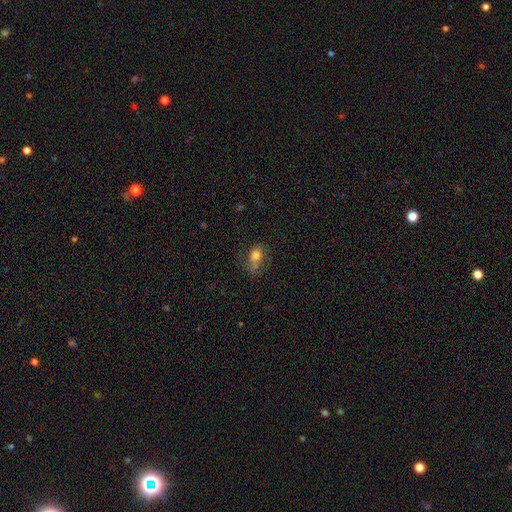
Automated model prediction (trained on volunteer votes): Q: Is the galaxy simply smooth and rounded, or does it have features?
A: smooth — 68%.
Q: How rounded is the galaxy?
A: in between — 71%.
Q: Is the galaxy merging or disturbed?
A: none — 51%.